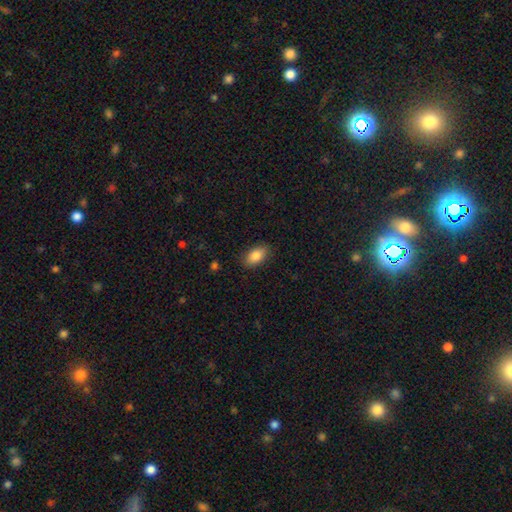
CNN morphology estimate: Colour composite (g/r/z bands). It shows a smooth galaxy with no disk features (84%) that is in between round and cigar-shaped (91%). Merging: none (85%).